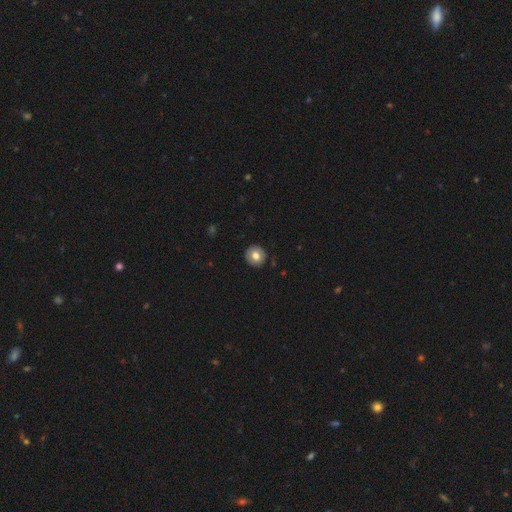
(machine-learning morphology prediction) type=smooth (76%); roundness=round (93%); merging=none (90%).